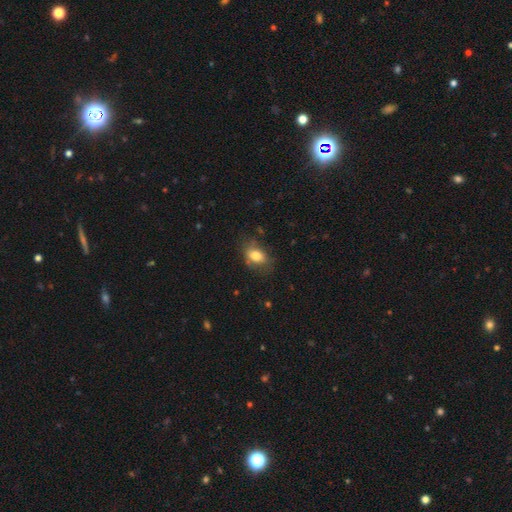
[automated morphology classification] Overall: smooth (78%). How rounded: in between (81%). Merging: none (63%; minor disturbance 25%).